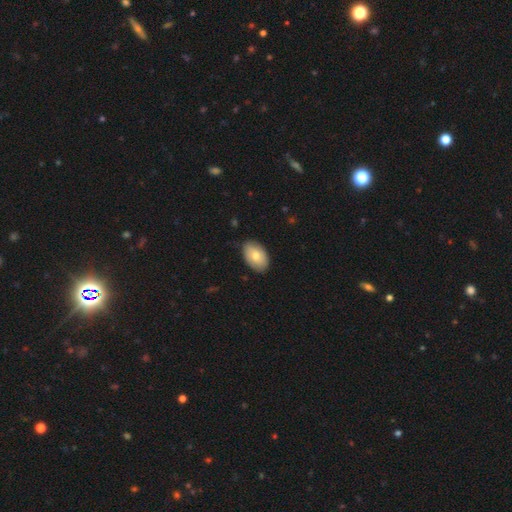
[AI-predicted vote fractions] Smooth or featured?
  - smooth: 72% *
  - featured or disk: 22%
  - star or artifact: 6%
How rounded?
  - in between: 91% *
  - round: 8%
  - cigar-shaped: 1%
Merging?
  - none: 82% *
  - minor disturbance: 15%
  - major disturbance: 2%
  - merger: 1%